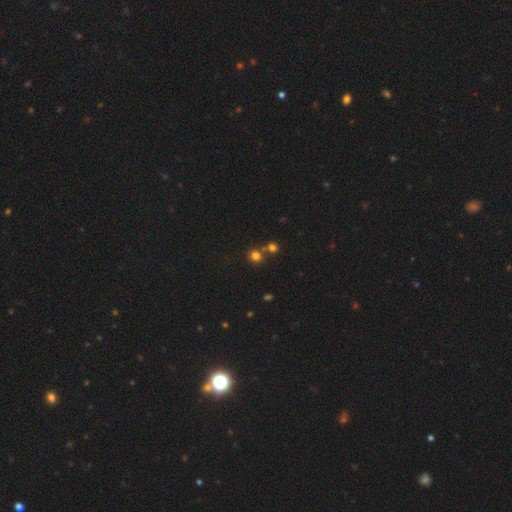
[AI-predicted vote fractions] Q: Smooth or featured?
A: smooth (74%); runner-up: star or artifact (19%)
Q: How rounded?
A: round (89%); runner-up: in between (10%)
Q: Merging?
A: none (63%); runner-up: merger (28%)